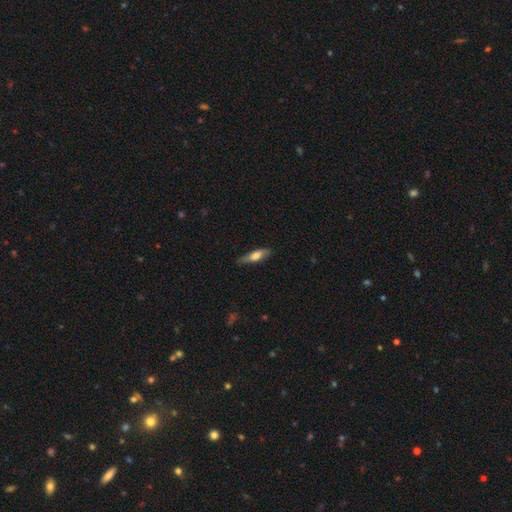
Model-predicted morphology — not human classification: This appears to be a smooth galaxy with no disk features (64%) that is cigar-shaped (58%). Merging: none (74%).